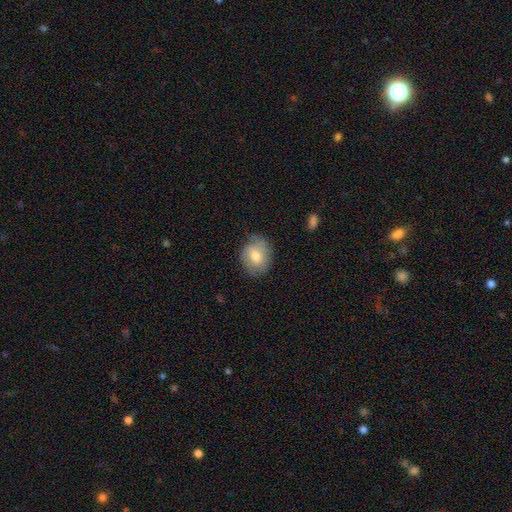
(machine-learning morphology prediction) The model was most divided on "how rounded": round: 61%, in between: 38%, cigar-shaped: 1%. More confident: merging — none (71%); smooth or featured — smooth (67%).